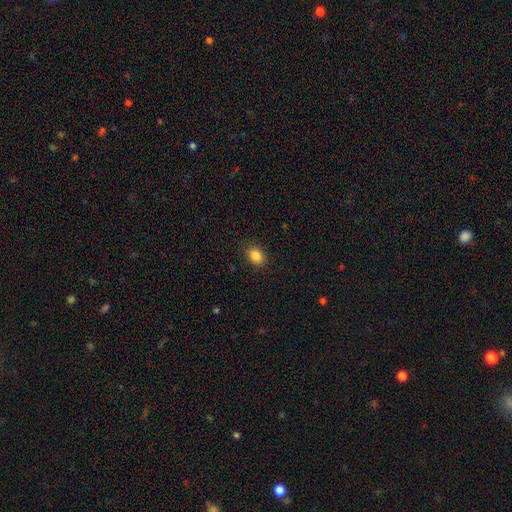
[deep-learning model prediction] This appears to be a smooth galaxy with no disk features (86%) that is in between round and cigar-shaped (64%). Merging: none (87%).